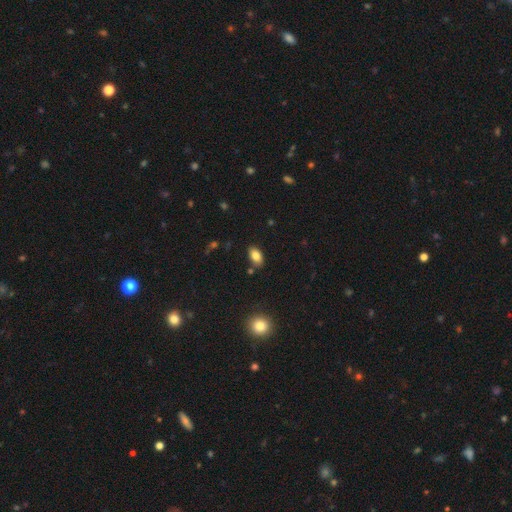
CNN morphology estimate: Smooth or featured? smooth (83%)
How rounded? in between (92%)
Merging? none (82%)